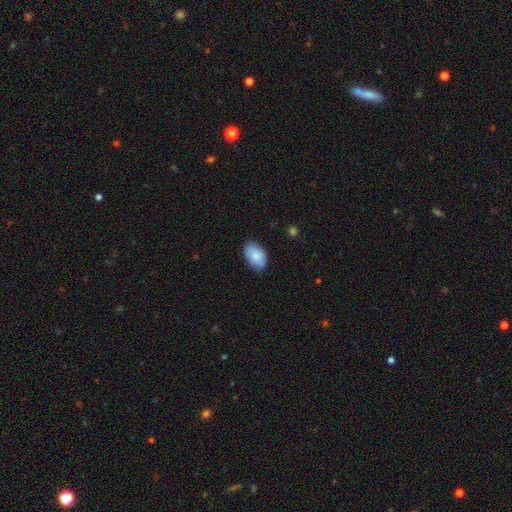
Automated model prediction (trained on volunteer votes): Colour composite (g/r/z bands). It shows a smooth galaxy with no disk features (81%) that is in between round and cigar-shaped (89%). Merging: none (80%).